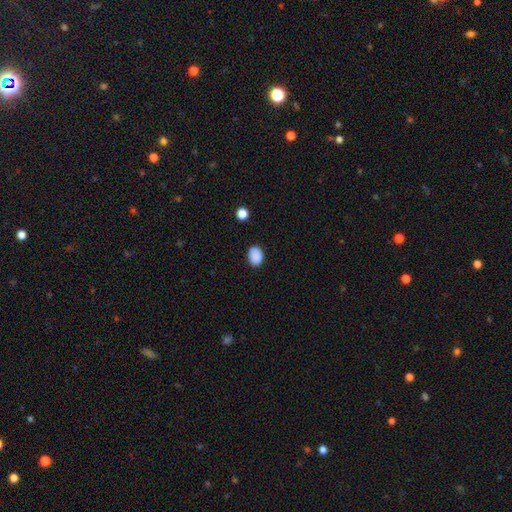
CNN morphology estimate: A smooth galaxy with no disk features (89%) that is in between round and cigar-shaped (71%). Merging: none (86%).